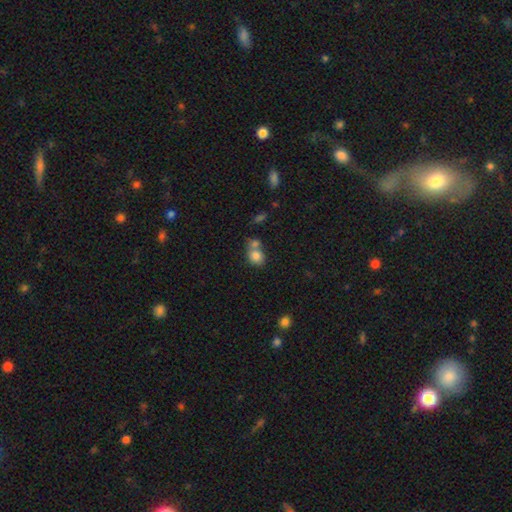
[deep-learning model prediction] Smooth or featured? smooth (81%)
How rounded? round (61%)
Merging? merger (47%)